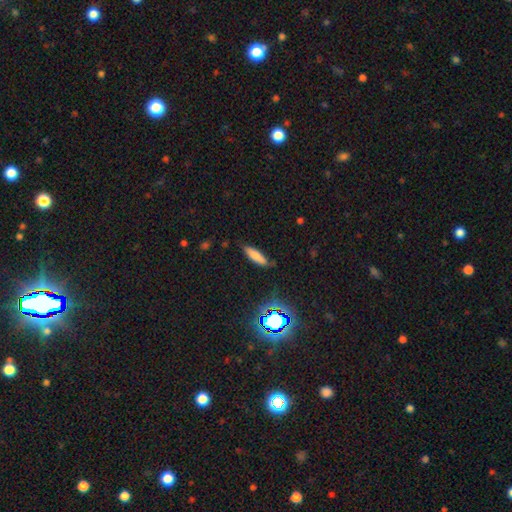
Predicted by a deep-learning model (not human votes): This appears to be a smooth galaxy with no disk features (76%) that is cigar-shaped (58%). Merging: none (78%).